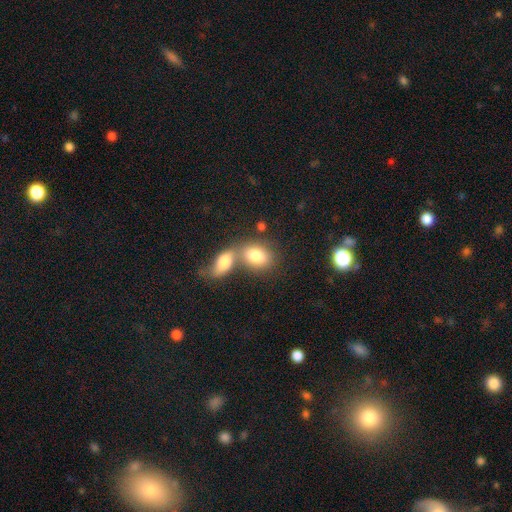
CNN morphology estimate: Q: Smooth or featured?
A: smooth (81%); runner-up: featured or disk (12%)
Q: How rounded?
A: in between (81%); runner-up: round (17%)
Q: Merging?
A: merger (55%); runner-up: none (31%)